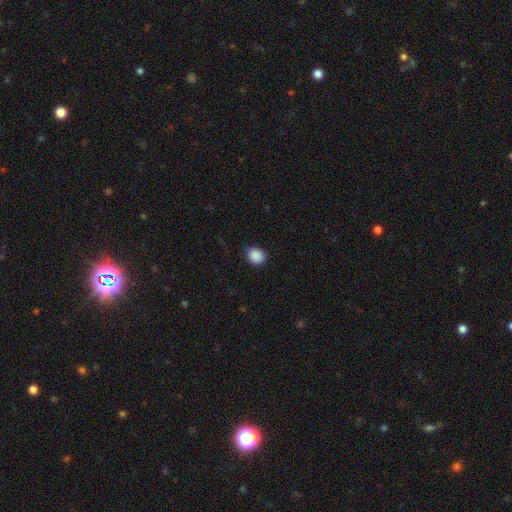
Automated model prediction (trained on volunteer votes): A smooth galaxy with no disk features (89%) that is round (63%).

Vote fractions:
- Smooth or featured? smooth: 89% / star or artifact: 8% / featured or disk: 3%
- How rounded? round: 63% / in between: 36% / cigar-shaped: 1%
- Merging? none: 86% / minor disturbance: 10% / major disturbance: 3% / merger: 1%